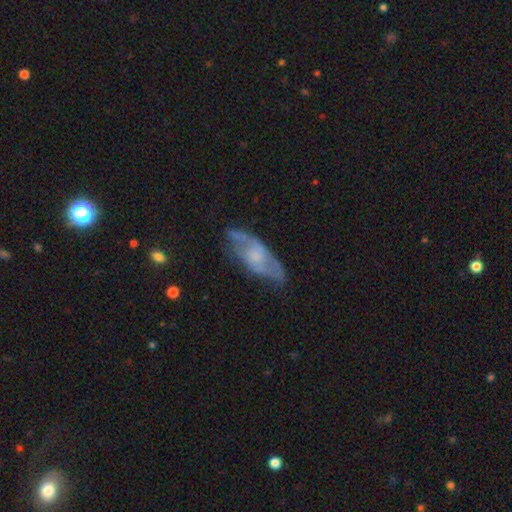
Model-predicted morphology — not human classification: Q: Smooth or featured?
A: featured or disk (60%); runner-up: smooth (33%)
Q: Edge-on disk?
A: no (75%); runner-up: yes (25%)
Q: Merging?
A: none (62%); runner-up: minor disturbance (25%)